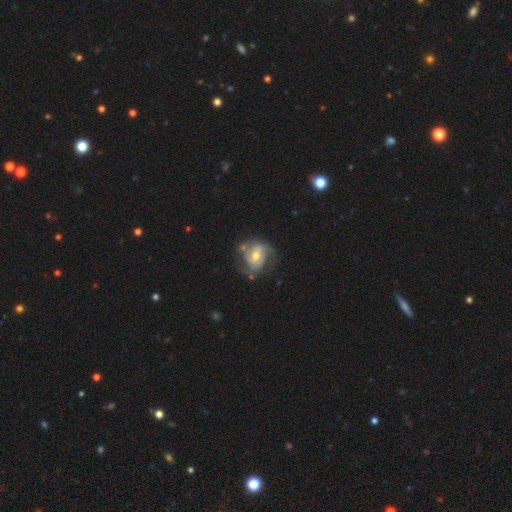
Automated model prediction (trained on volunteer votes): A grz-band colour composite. It shows a featured or disk galaxy (68%) with no bar (47%), 2 (60%) medium (43%) spiral arms (81%) and a moderate central bulge (64%). Merging: none (50%).